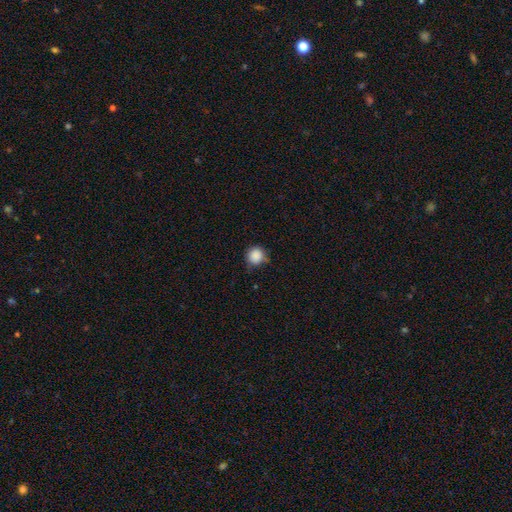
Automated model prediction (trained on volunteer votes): smooth 87%, star or artifact 9%, featured or disk 3%. Down the decision tree: how rounded — round (92%); merging — none (74%).